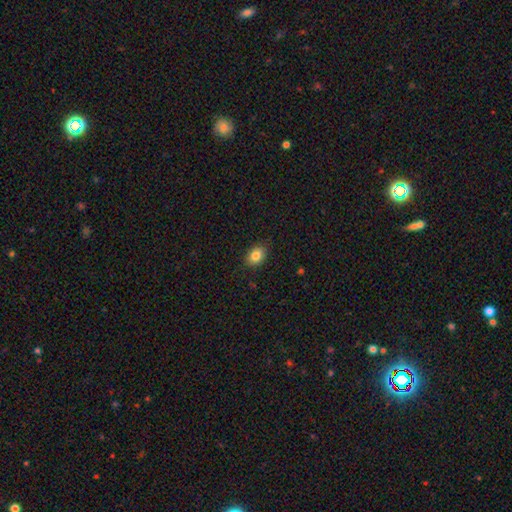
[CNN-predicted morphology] Overall: smooth (84%). How rounded: in between (70%). Merging: none (86%).